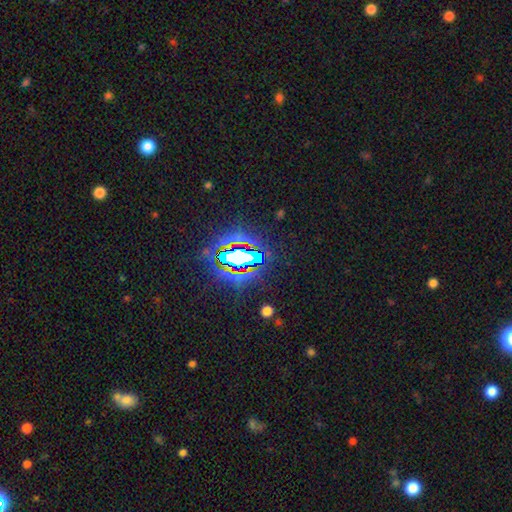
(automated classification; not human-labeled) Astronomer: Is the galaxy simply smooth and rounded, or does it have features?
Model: star or artifact — 82%.